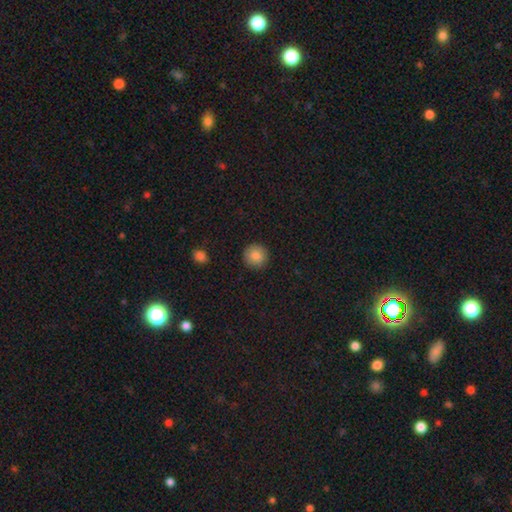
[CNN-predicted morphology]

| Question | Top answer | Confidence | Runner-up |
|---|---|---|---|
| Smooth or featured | smooth | 85% | star or artifact (8%) |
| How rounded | round | 94% | in between (5%) |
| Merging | none | 91% | minor disturbance (6%) |